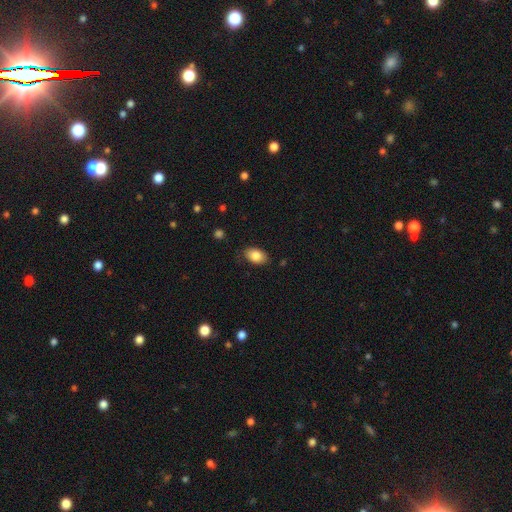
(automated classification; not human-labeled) Smooth or featured: smooth — 84% (featured or disk — 9%)
How rounded: in between — 90% (round — 9%)
Merging: none — 80% (minor disturbance — 15%)